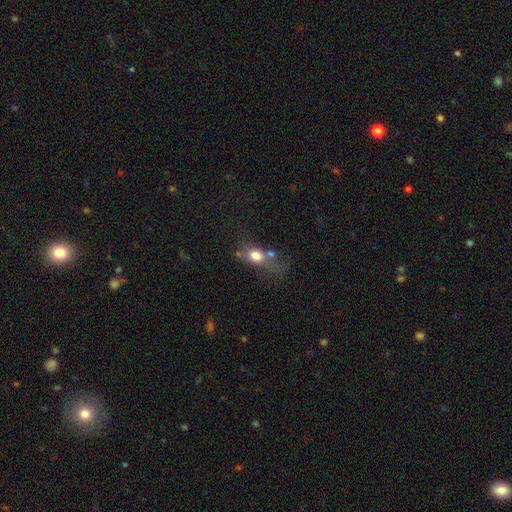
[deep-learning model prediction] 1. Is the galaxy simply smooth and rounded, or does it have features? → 74% smooth, 16% featured or disk, 11% star or artifact.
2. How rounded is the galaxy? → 48% round (tied), 48% in between (tied), 4% cigar-shaped.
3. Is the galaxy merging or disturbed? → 32% none, 30% merger, 20% major disturbance, 18% minor disturbance.